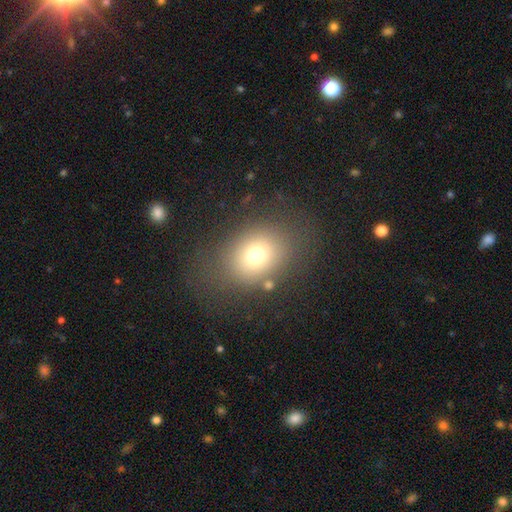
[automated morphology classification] Q: Smooth or featured?
A: smooth (71%); runner-up: star or artifact (15%)
Q: How rounded?
A: in between (54%); runner-up: round (45%)
Q: Merging?
A: none (72%); runner-up: minor disturbance (14%)